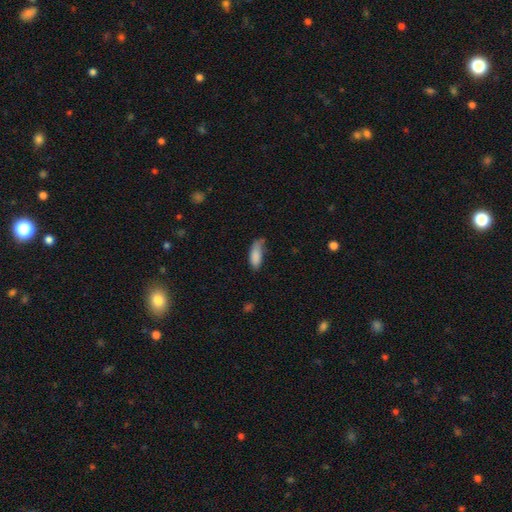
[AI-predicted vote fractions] smooth_or_featured: smooth (p=0.85) [alt: star or artifact p=0.08]
how_rounded: in between (p=0.73) [alt: cigar-shaped p=0.25]
merging: none (p=0.48) [alt: minor disturbance p=0.36]